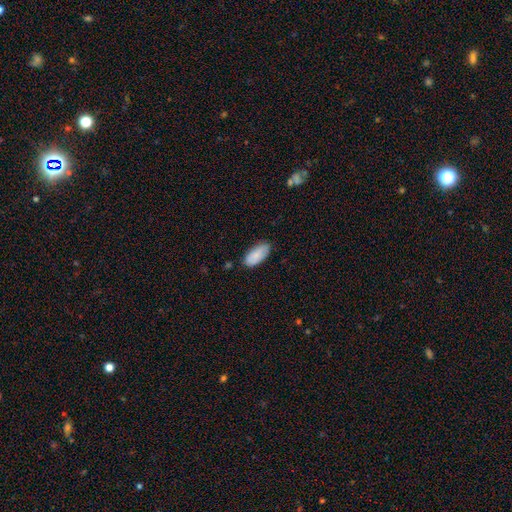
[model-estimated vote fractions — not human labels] Smooth or featured: smooth — 86% (featured or disk — 8%)
How rounded: in between — 92% (cigar-shaped — 7%)
Merging: none — 80% (minor disturbance — 16%)